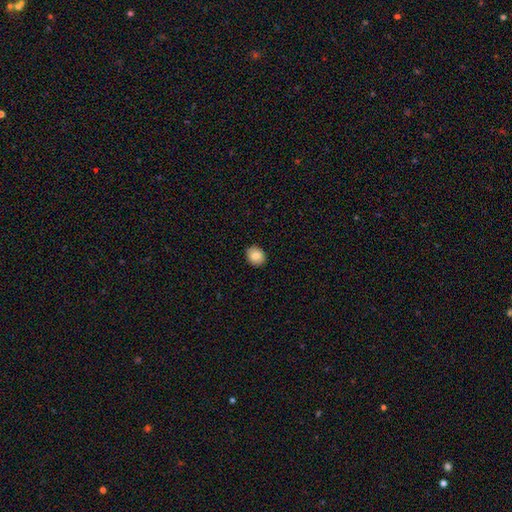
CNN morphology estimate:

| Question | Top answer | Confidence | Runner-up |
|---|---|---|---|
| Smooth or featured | smooth | 85% | star or artifact (8%) |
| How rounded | round | 60% | in between (39%) |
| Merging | none | 89% | minor disturbance (8%) |